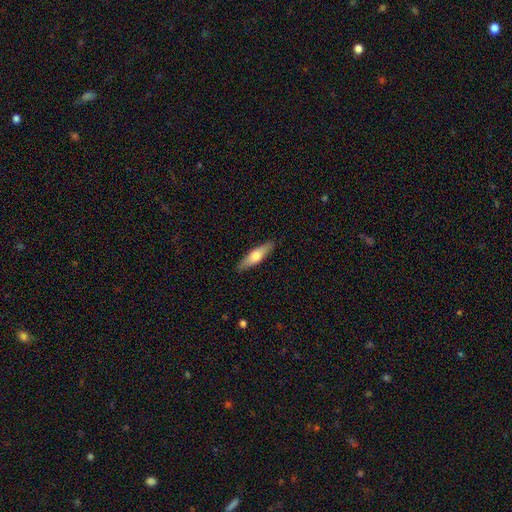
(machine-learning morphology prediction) A smooth galaxy with no disk features (58%) that is cigar-shaped (68%).

Vote fractions:
- Smooth or featured? smooth: 58% / featured or disk: 37% / star or artifact: 5%
- How rounded? cigar-shaped: 68% / in between: 30% / round: 2%
- Merging? none: 89% / minor disturbance: 9% / major disturbance: 2% / merger: 1%